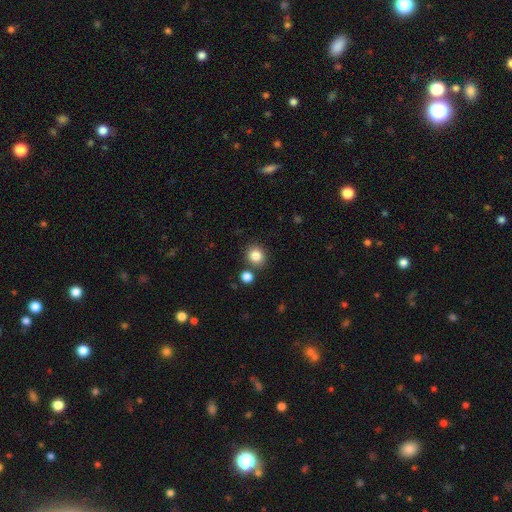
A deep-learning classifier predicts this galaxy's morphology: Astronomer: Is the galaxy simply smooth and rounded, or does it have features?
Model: smooth — 84%.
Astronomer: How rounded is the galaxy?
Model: round — 83%.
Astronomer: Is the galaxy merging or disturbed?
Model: none — 80%.